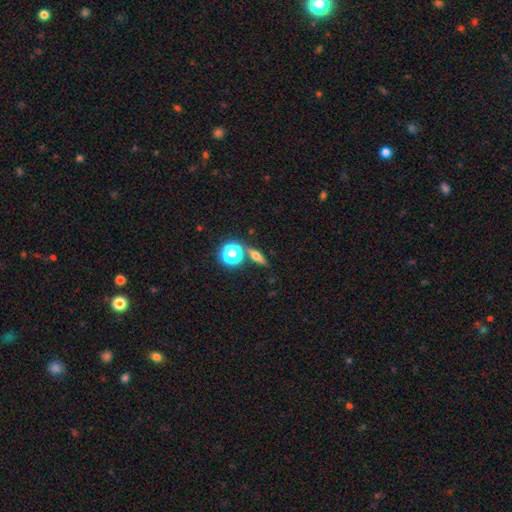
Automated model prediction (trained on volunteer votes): A smooth galaxy with no disk features (45%). Merging: none (77%).